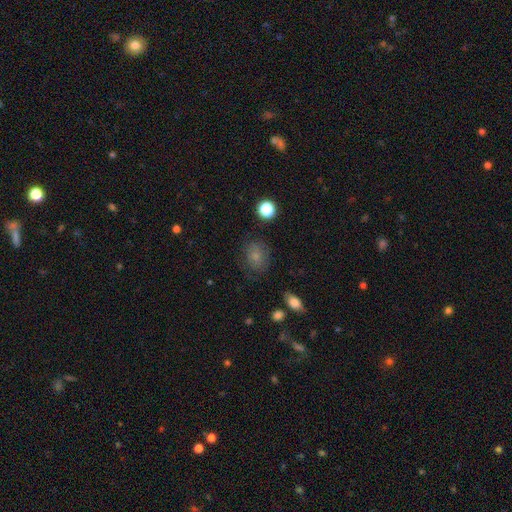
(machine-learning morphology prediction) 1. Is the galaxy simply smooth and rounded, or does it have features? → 76% smooth, 12% star or artifact, 12% featured or disk.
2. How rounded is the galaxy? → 52% round, 47% in between, 1% cigar-shaped.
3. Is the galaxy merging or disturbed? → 74% none, 18% minor disturbance, 7% major disturbance, 2% merger.